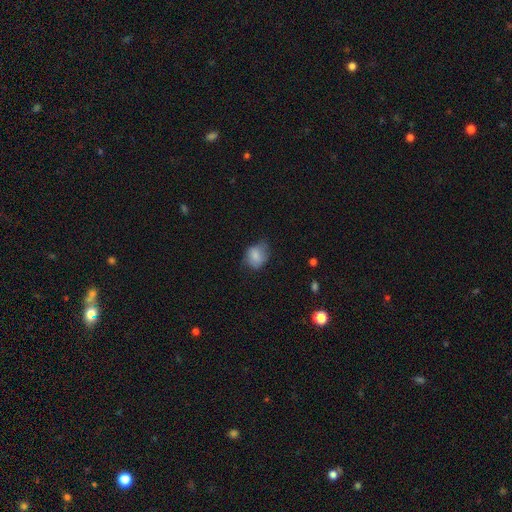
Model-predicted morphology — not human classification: The model was most divided on "how rounded": in between: 50%, round: 49%, cigar-shaped: 1%. More confident: smooth or featured — smooth (80%); merging — none (54%).